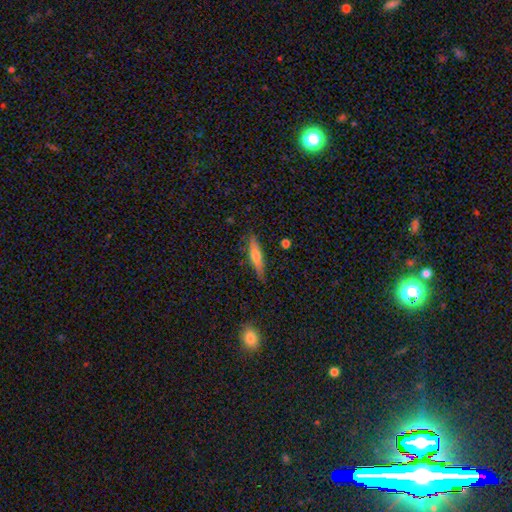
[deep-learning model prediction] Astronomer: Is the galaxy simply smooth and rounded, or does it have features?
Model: smooth — 59%.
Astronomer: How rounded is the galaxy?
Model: cigar-shaped — 72%.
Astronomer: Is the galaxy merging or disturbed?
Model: none — 81%.